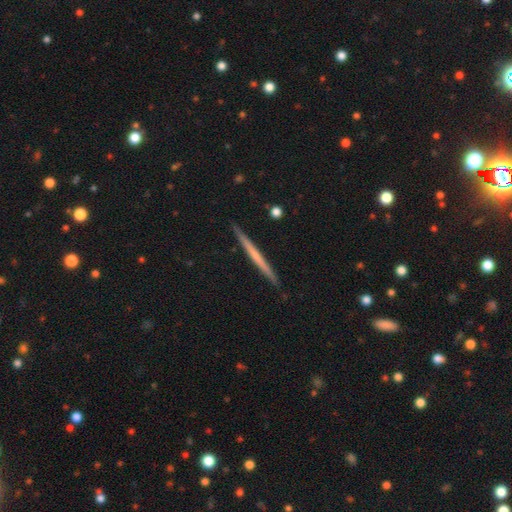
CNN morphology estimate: Smooth or featured: featured or disk — 53% (smooth — 42%)
Edge-on disk: yes — 98% (no — 2%)
Edge-on bulge: none — 85% (rounded — 10%)
Merging: none — 92% (minor disturbance — 6%)